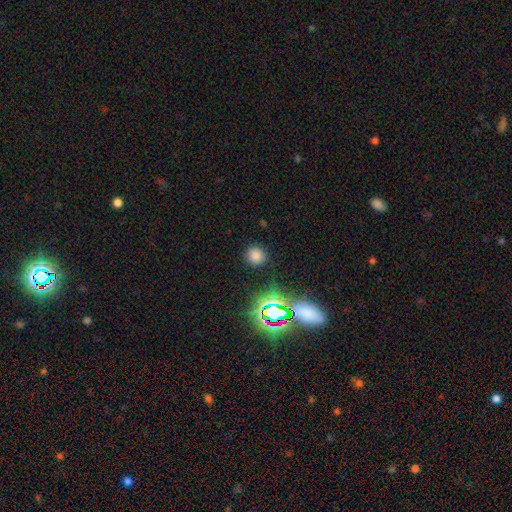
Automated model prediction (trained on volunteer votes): Overall: smooth (73%). How rounded: round (91%). Merging: none (88%).